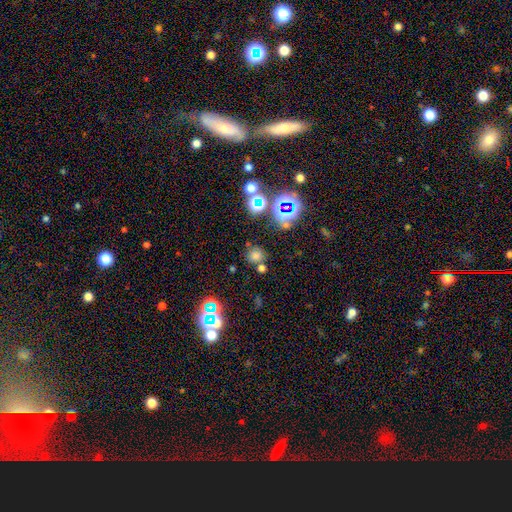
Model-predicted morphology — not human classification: smooth 64%, star or artifact 29%, featured or disk 7%. Down the decision tree: how rounded — round (87%); merging — none (74%).